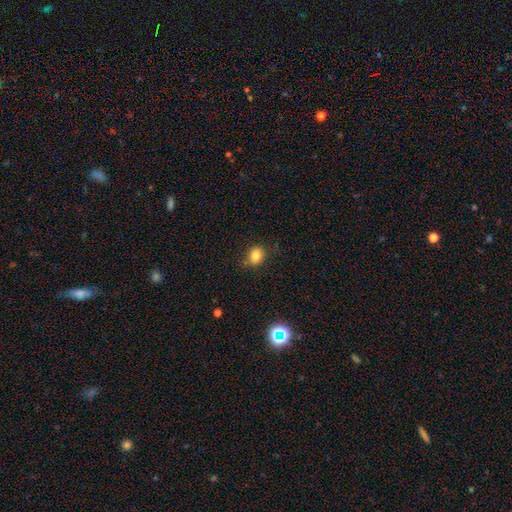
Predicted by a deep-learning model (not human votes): Q: Smooth or featured?
A: smooth (81%); runner-up: star or artifact (12%)
Q: How rounded?
A: round (56%); runner-up: in between (43%)
Q: Merging?
A: none (79%); runner-up: minor disturbance (15%)